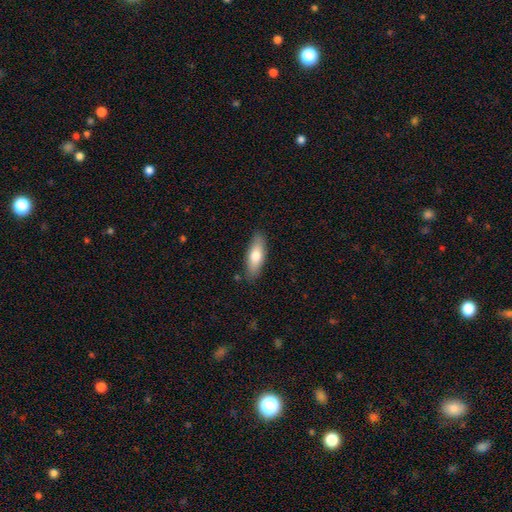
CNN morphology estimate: A smooth galaxy with no disk features (72%) that is in between round and cigar-shaped (65%).

Vote fractions:
- Smooth or featured? smooth: 72% / featured or disk: 22% / star or artifact: 6%
- How rounded? in between: 65% / cigar-shaped: 32% / round: 2%
- Merging? none: 85% / minor disturbance: 11% / major disturbance: 2% / merger: 2%